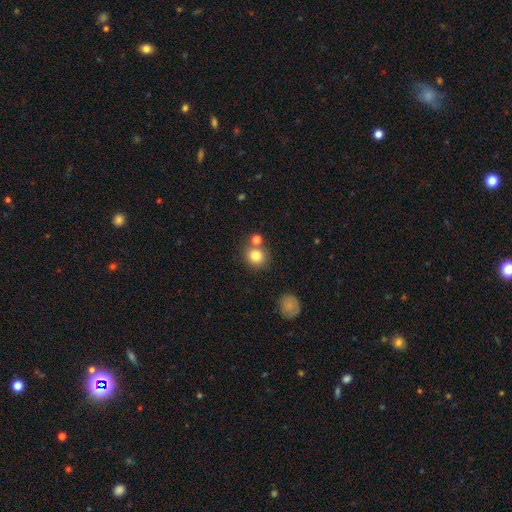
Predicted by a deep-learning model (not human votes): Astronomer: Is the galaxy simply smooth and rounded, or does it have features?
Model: smooth — 81%.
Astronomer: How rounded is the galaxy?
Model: round — 86%.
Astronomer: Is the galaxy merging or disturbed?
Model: none — 68%.